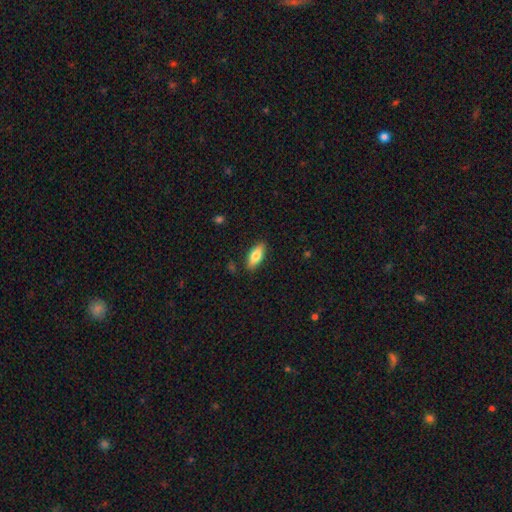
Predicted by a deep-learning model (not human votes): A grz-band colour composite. It shows a smooth galaxy with no disk features (72%) that is in between round and cigar-shaped (74%). Merging: none (87%).